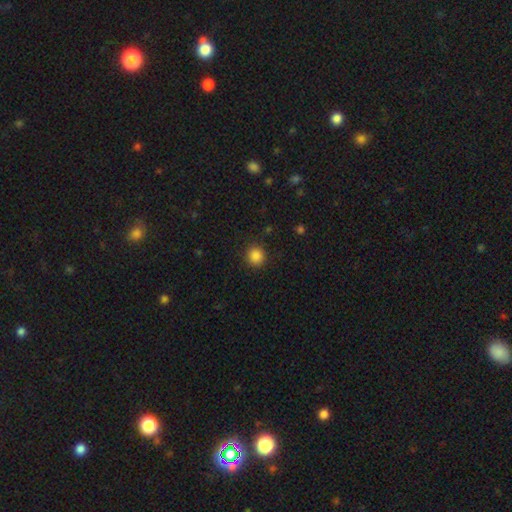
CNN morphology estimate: The model was most divided on "smooth or featured": smooth: 86%, star or artifact: 11%, featured or disk: 3%. More confident: how rounded — round (91%); merging — none (90%).